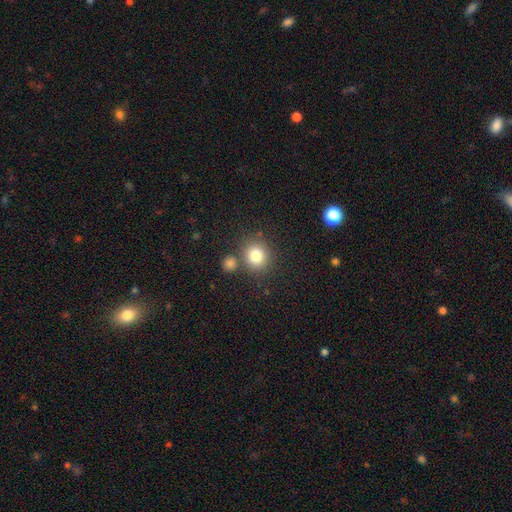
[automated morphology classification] A smooth galaxy with no disk features (81%) that is round (86%).

Vote fractions:
- Smooth or featured? smooth: 81% / star or artifact: 12% / featured or disk: 7%
- How rounded? round: 86% / in between: 13% / cigar-shaped: 1%
- Merging? none: 75% / merger: 13% / minor disturbance: 9% / major disturbance: 3%